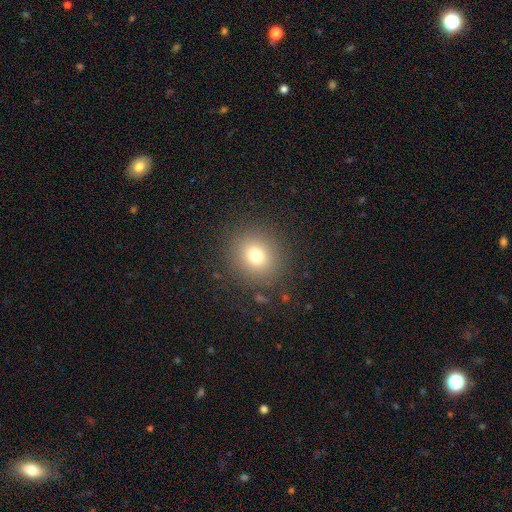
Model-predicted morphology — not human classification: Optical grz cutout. It shows a smooth galaxy with no disk features (76%) that is round (86%). Merging: none (88%).